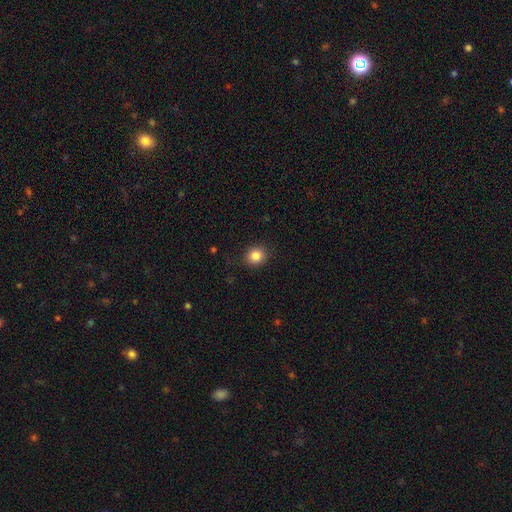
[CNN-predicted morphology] This appears to be a smooth galaxy with no disk features (85%) that is round (79%). Merging: none (88%).